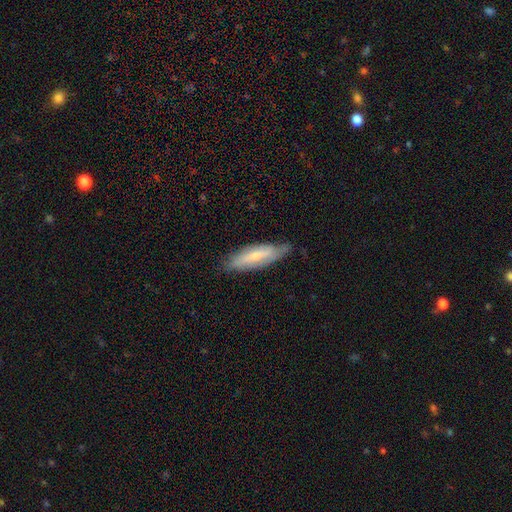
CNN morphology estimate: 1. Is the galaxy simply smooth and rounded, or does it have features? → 47% smooth, 46% featured or disk, 6% star or artifact.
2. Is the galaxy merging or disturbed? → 72% none, 23% minor disturbance, 4% major disturbance, 1% merger.